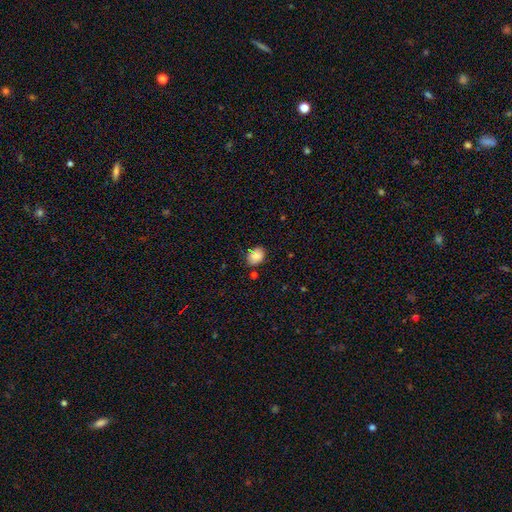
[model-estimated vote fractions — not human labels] Q: Smooth or featured?
A: smooth (84%); runner-up: star or artifact (10%)
Q: How rounded?
A: in between (57%); runner-up: round (42%)
Q: Merging?
A: none (74%); runner-up: minor disturbance (18%)